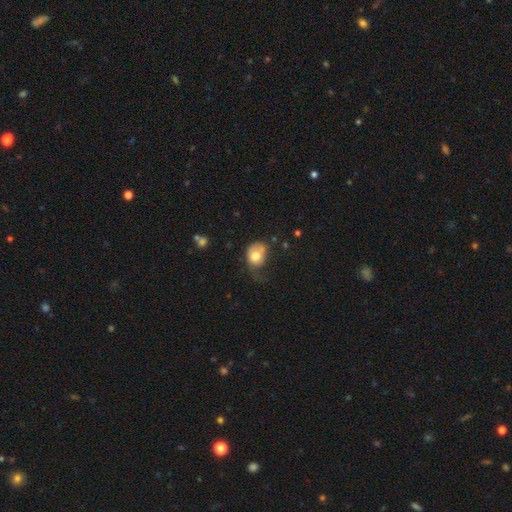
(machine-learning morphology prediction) This appears to be a smooth galaxy with no disk features (75%) that is in between round and cigar-shaped (51%). Merging: major disturbance (35%).